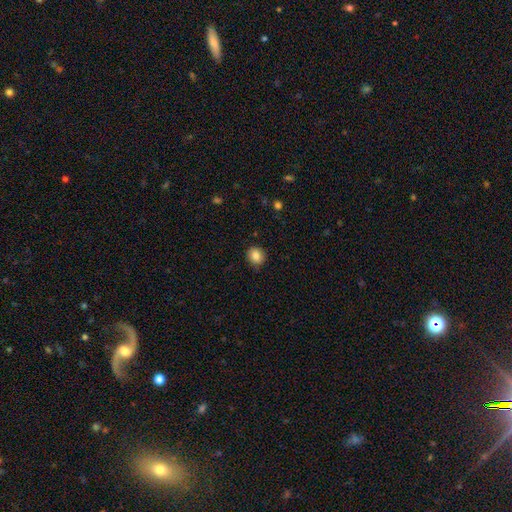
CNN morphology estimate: This is clearly a smooth galaxy (85%). How rounded: likely round (77%). Merging: clearly none (86%).